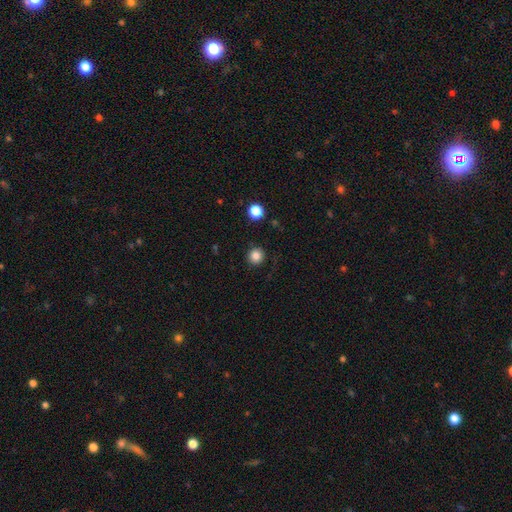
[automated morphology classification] Smooth or featured? Predicted: smooth (p=0.83). How rounded? Predicted: round (p=0.95). Merging? Predicted: none (p=0.89).